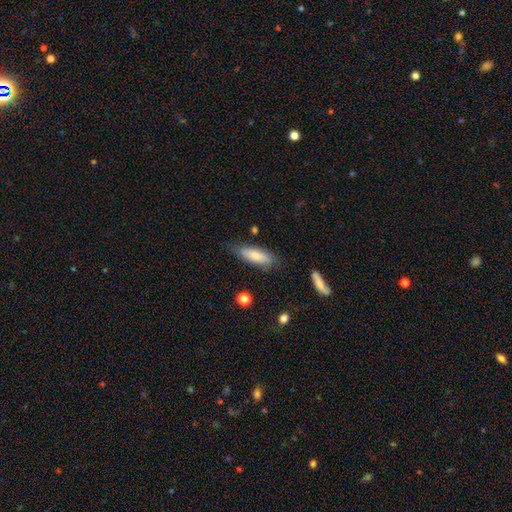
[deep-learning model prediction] Overall: smooth (78%). How rounded: in between (56%; cigar-shaped 42%). Merging: none (75%).